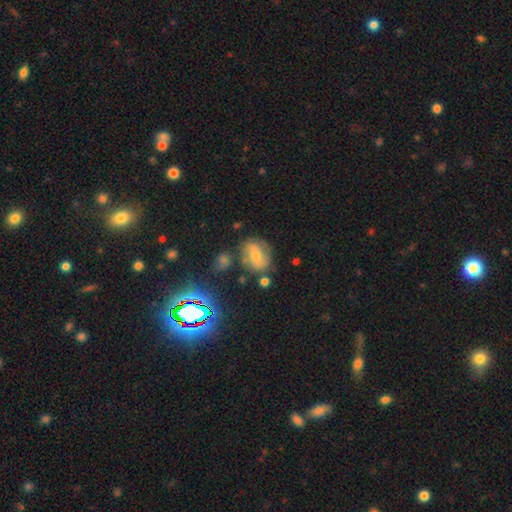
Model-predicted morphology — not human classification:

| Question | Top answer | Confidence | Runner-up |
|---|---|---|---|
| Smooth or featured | smooth | 50% | featured or disk (37%) |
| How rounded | in between | 65% | round (33%) |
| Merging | none | 62% | minor disturbance (20%) |